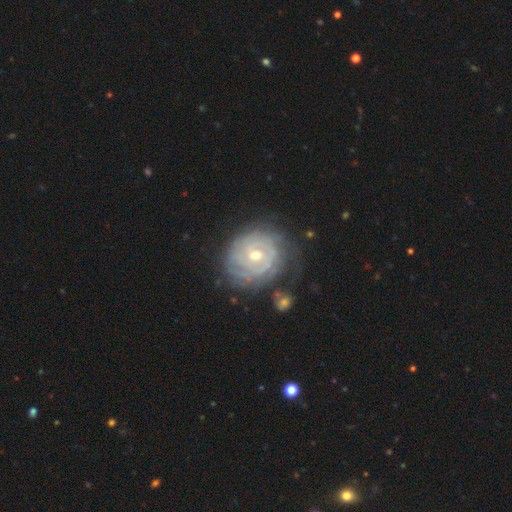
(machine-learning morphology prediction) Smooth or featured: featured or disk — 84% (smooth — 11%)
Edge-on disk: no — 97% (yes — 3%)
Bar: no — 50% (weak — 42%)
Spiral arms: yes — 92% (no — 8%)
Spiral winding: tight — 79% (medium — 16%)
Spiral arm count: can't tell — 46% (2 — 18%)
Bulge size: moderate — 58% (small — 38%)
Merging: none — 68% (minor disturbance — 20%)